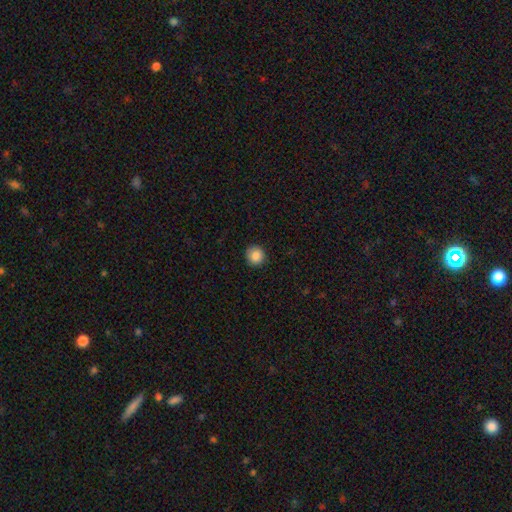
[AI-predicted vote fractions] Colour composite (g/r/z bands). It shows a smooth galaxy with no disk features (86%) that is round (93%). Merging: none (91%).